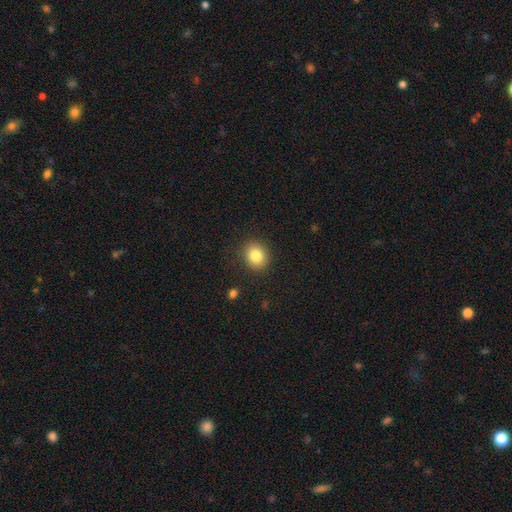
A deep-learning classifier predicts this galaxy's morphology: A smooth galaxy with no disk features (83%) that is round (70%).

Vote fractions:
- Smooth or featured? smooth: 83% / star or artifact: 10% / featured or disk: 7%
- How rounded? round: 70% / in between: 29% / cigar-shaped: 1%
- Merging? none: 88% / minor disturbance: 8% / major disturbance: 3% / merger: 1%